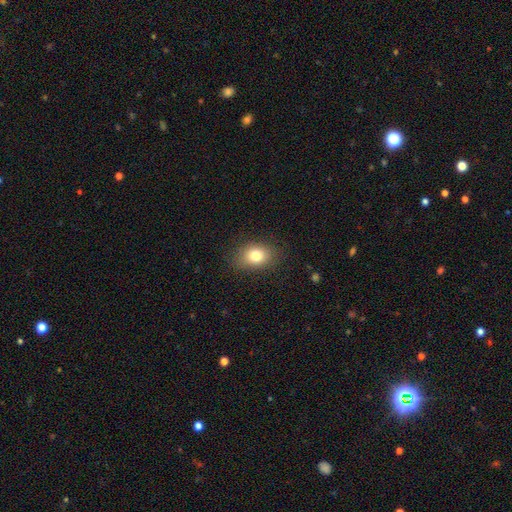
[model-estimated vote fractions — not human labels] Q: Smooth or featured?
A: smooth (79%); runner-up: star or artifact (10%)
Q: How rounded?
A: in between (69%); runner-up: round (30%)
Q: Merging?
A: none (84%); runner-up: minor disturbance (11%)